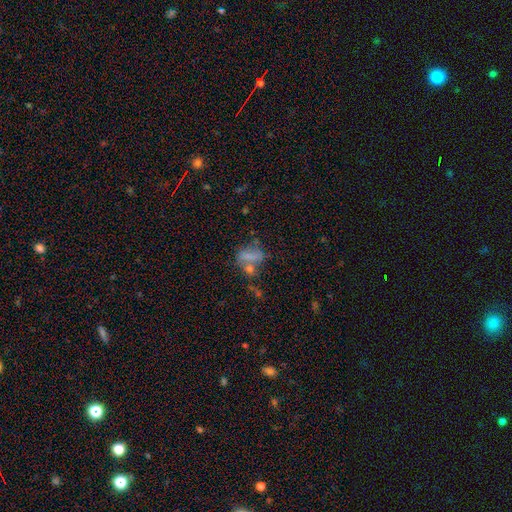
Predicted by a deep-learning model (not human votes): The model was most divided on "smooth or featured": featured or disk: 35%, smooth: 33%, star or artifact: 32%. Remaining: merging — none (45%).